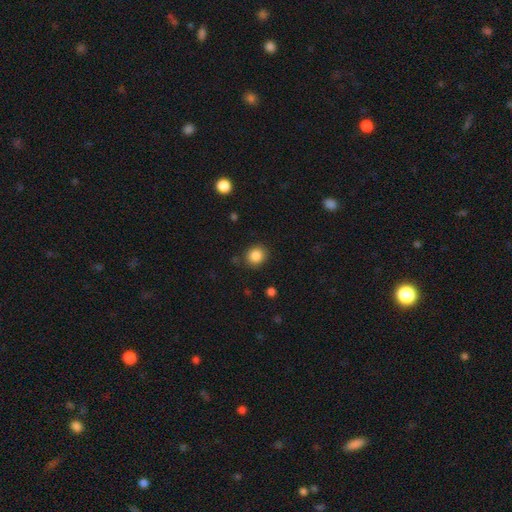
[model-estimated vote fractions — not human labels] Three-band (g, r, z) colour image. It shows a smooth galaxy with no disk features (86%) that is round (82%). Merging: none (85%).